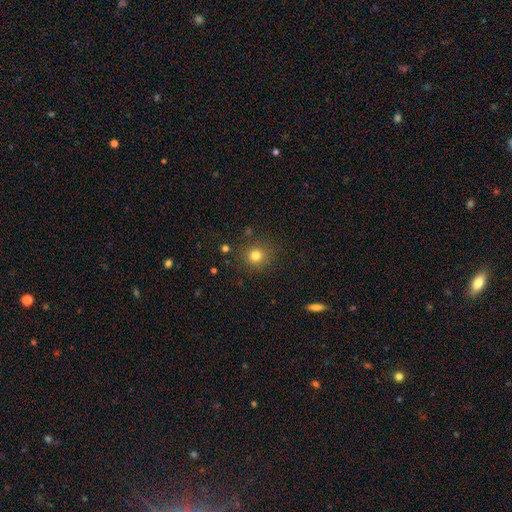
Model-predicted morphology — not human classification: A smooth galaxy with no disk features (79%) that is round (91%). Merging: none (86%).